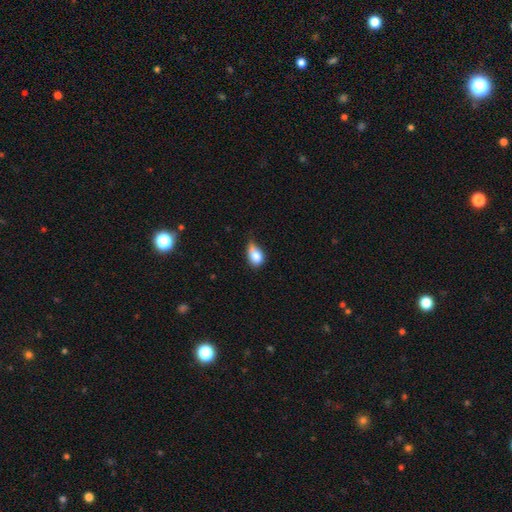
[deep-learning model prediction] Smooth or featured? smooth (80%)
How rounded? in between (80%)
Merging? minor disturbance (50%)